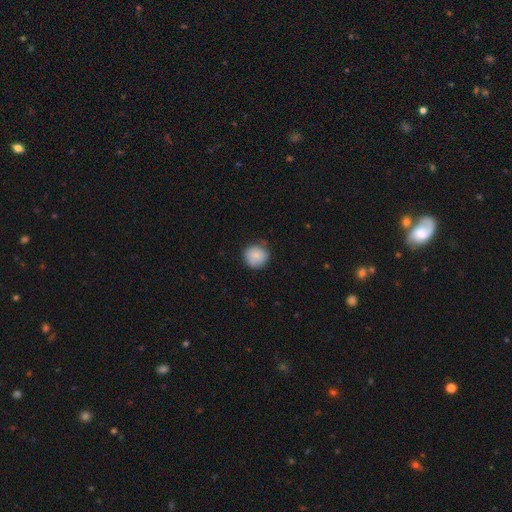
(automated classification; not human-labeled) Smooth or featured? smooth (87%)
How rounded? round (91%)
Merging? none (77%)